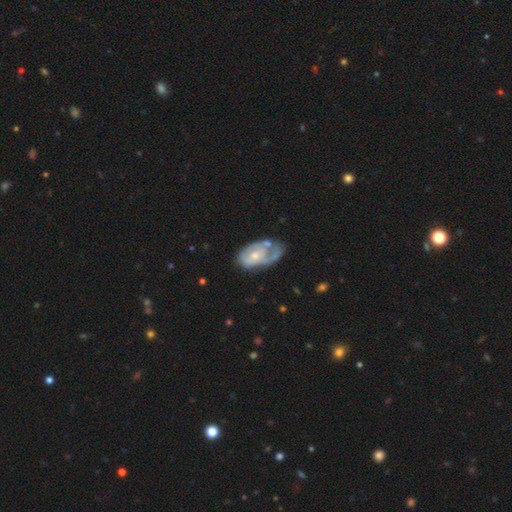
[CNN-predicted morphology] Smooth or featured?
  - featured or disk: 61% *
  - smooth: 33%
  - star or artifact: 6%
Edge-on disk?
  - no: 95% *
  - yes: 5%
Bar?
  - no: 76% *
  - weak: 20%
  - strong: 3%
Spiral arms?
  - yes: 54% *
  - no: 46%
Bulge size?
  - small: 50% *
  - moderate: 42%
  - none: 4%
  - large: 3%
  - dominant: 1%
Merging?
  - none: 30% *
  - major disturbance: 29%
  - minor disturbance: 29%
  - merger: 12%